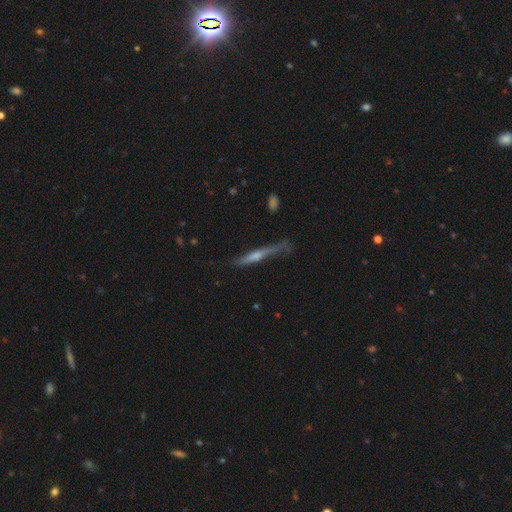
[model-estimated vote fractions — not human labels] featured or disk 62%, smooth 30%, star or artifact 8%. Down the decision tree: edge-on disk — yes (93%); edge-on bulge — rounded (66%); merging — none (66%).